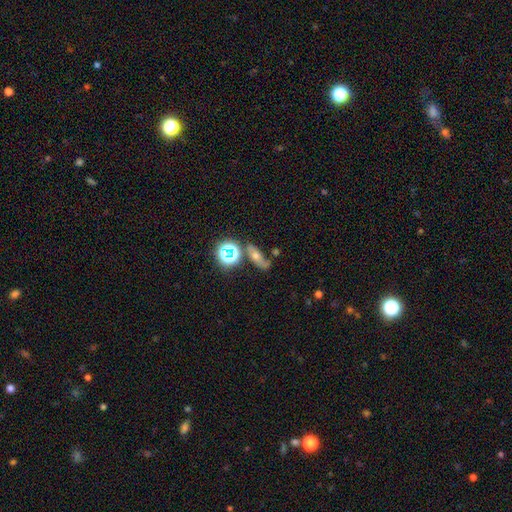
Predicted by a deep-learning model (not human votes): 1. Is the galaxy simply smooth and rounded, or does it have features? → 35% featured or disk, 33% smooth, 31% star or artifact.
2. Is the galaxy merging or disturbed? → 58% none, 17% minor disturbance, 15% merger, 11% major disturbance.